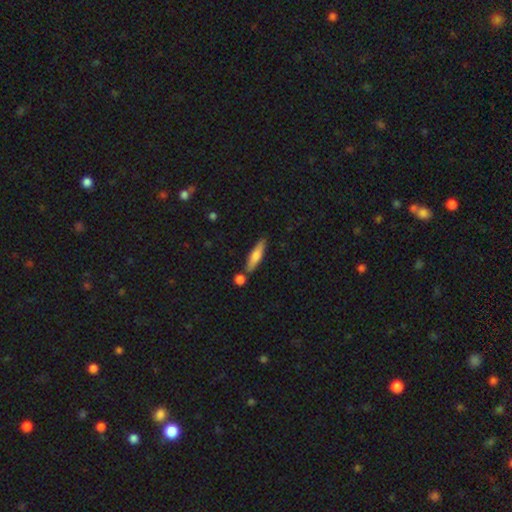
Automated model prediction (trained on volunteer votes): This is likely a smooth galaxy (69%). How rounded: likely cigar-shaped (74%). Merging: likely none (76%).